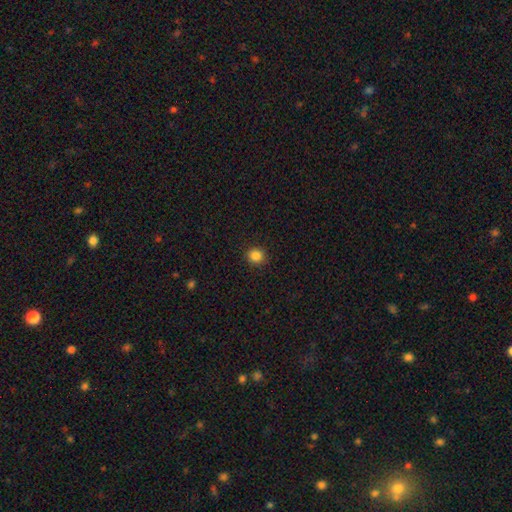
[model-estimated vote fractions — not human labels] This appears to be a smooth galaxy with no disk features (85%) that is round (88%). Merging: none (91%).